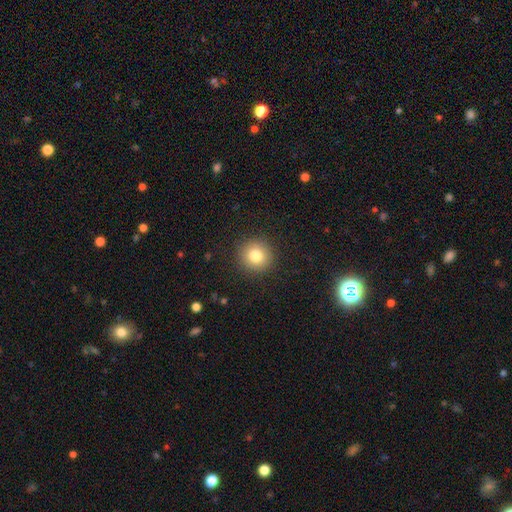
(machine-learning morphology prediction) A smooth galaxy with no disk features (81%) that is round (93%).

Vote fractions:
- Smooth or featured? smooth: 81% / star or artifact: 11% / featured or disk: 8%
- How rounded? round: 93% / in between: 6% / cigar-shaped: 1%
- Merging? none: 91% / minor disturbance: 6% / major disturbance: 2% / merger: 1%